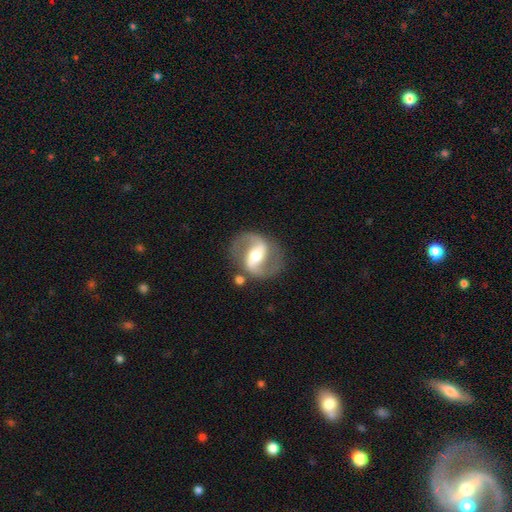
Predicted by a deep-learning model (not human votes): featured or disk 86%, smooth 9%, star or artifact 5%. Down the decision tree: edge-on disk — no (96%); bar — strong (55%); spiral arms — yes (93%); spiral arm count — 2 (93%); spiral winding — medium (50%); bulge size — moderate (60%); merging — none (81%).